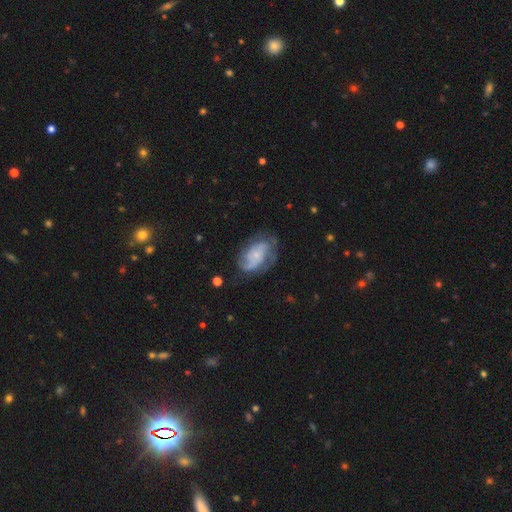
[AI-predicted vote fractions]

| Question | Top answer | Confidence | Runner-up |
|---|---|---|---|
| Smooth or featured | featured or disk | 74% | smooth (19%) |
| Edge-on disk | no | 97% | yes (3%) |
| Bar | no | 73% | weak (23%) |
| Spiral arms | yes | 91% | no (9%) |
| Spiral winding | medium | 43% | tight (37%) |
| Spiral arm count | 2 | 42% | can't tell (26%) |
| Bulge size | small | 71% | moderate (17%) |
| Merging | none | 61% | minor disturbance (23%) |